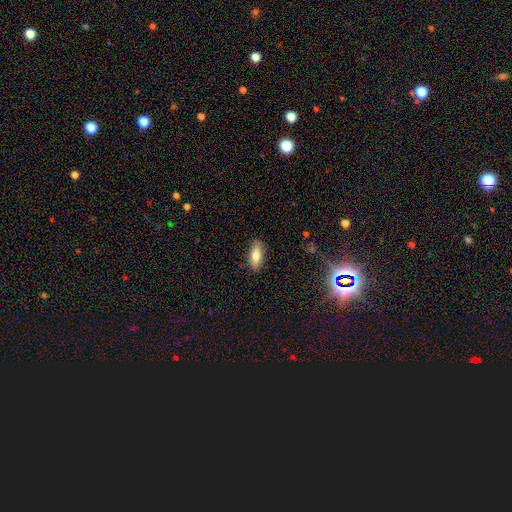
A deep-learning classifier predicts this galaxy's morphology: Smooth or featured? Predicted: smooth (p=0.76). How rounded? Predicted: in between (p=0.77). Merging? Predicted: none (p=0.86).